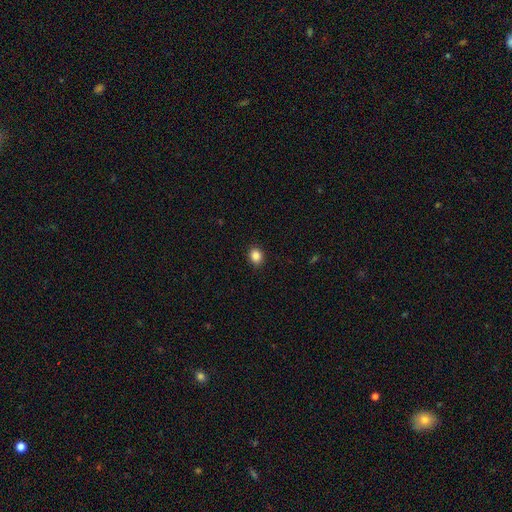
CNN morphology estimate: Overall: smooth (87%). How rounded: round (52%; in between 47%). Merging: none (90%).